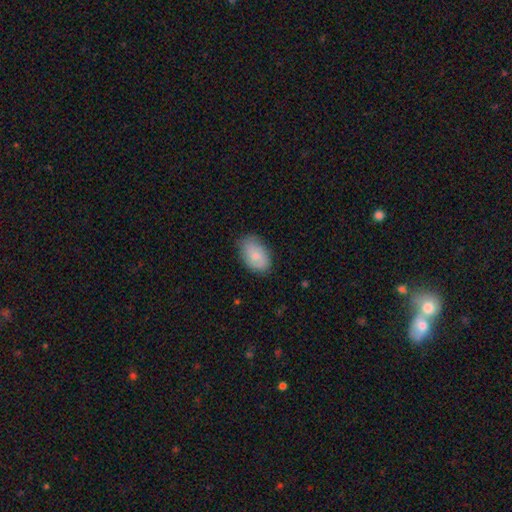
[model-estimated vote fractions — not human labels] Smooth or featured?
  - smooth: 75% *
  - featured or disk: 19%
  - star or artifact: 6%
How rounded?
  - in between: 90% *
  - round: 8%
  - cigar-shaped: 1%
Merging?
  - none: 78% *
  - minor disturbance: 17%
  - major disturbance: 3%
  - merger: 1%